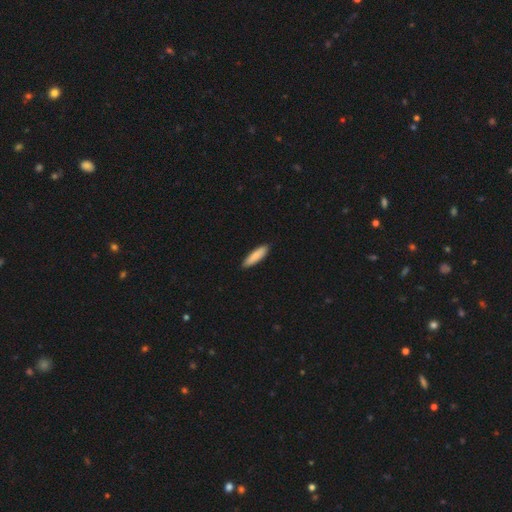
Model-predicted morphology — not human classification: Smooth or featured? smooth (85%)
How rounded? cigar-shaped (69%)
Merging? none (90%)